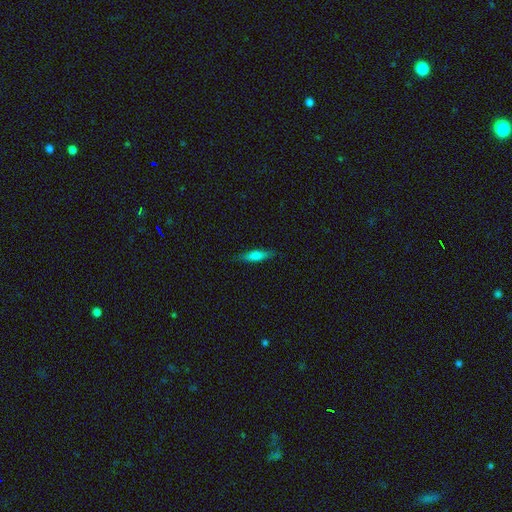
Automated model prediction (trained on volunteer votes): This is likely a smooth galaxy (67%). How rounded: likely cigar-shaped (70%). Merging: clearly none (86%).